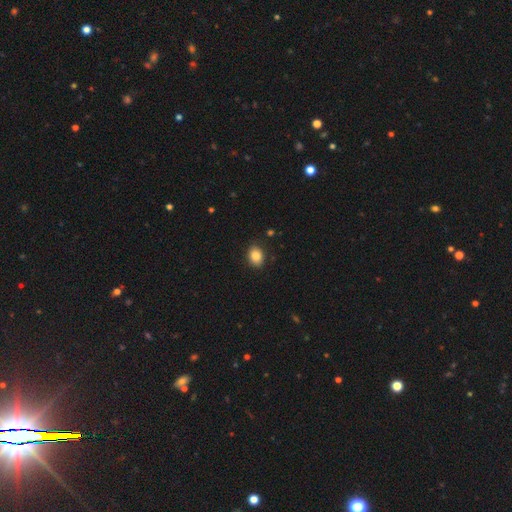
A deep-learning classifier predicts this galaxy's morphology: This is clearly a smooth galaxy (87%). How rounded: likely in between (62%). Merging: clearly none (86%).